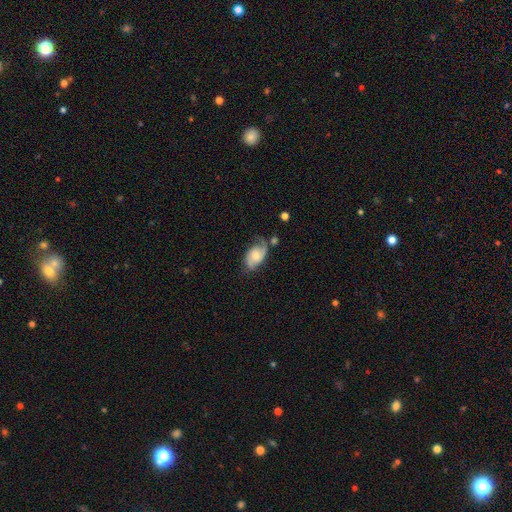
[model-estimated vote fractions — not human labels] A featured or disk galaxy (68%) with no bar (58%), 2 (75%) medium (45%) spiral arms (93%) and a moderate central bulge (44%). Merging: none (53%).